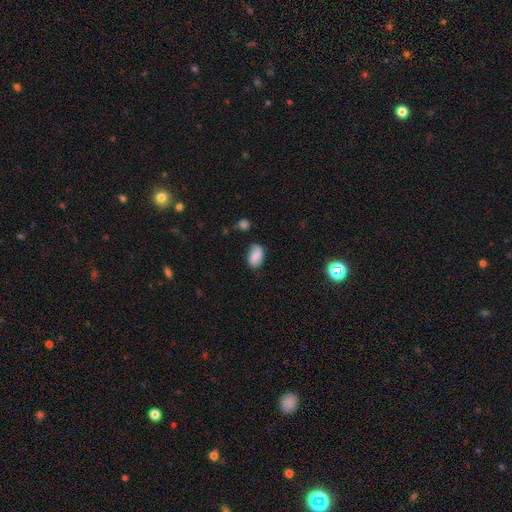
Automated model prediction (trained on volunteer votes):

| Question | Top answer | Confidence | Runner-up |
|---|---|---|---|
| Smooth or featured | smooth | 81% | featured or disk (11%) |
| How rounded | in between | 91% | round (7%) |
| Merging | none | 67% | minor disturbance (25%) |